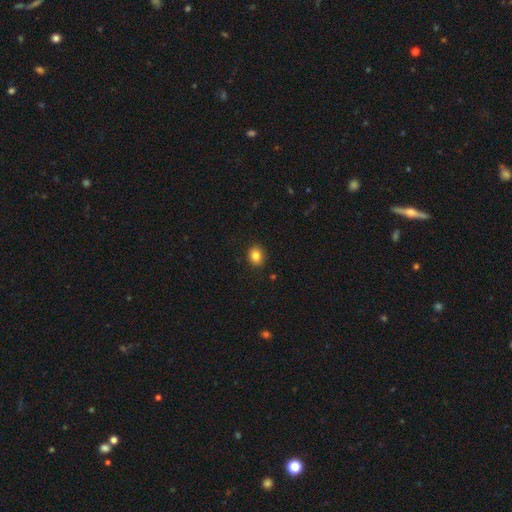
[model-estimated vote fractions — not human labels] smooth_or_featured: smooth (p=0.84) [alt: star or artifact p=0.10]
how_rounded: round (p=0.55) [alt: in between p=0.45]
merging: none (p=0.90) [alt: minor disturbance p=0.07]